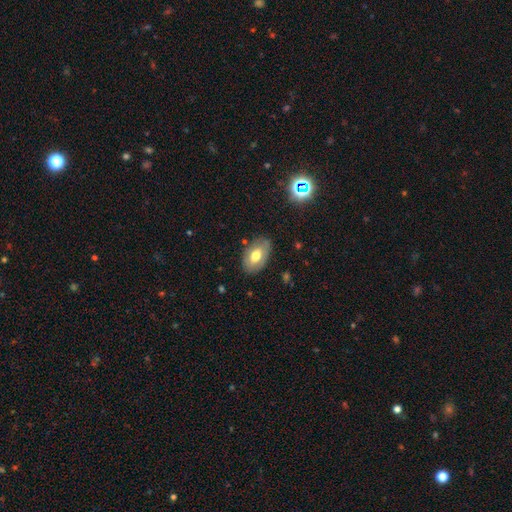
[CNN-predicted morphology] Smooth or featured: smooth — 58% (featured or disk — 34%)
How rounded: in between — 91% (round — 8%)
Merging: none — 79% (minor disturbance — 16%)